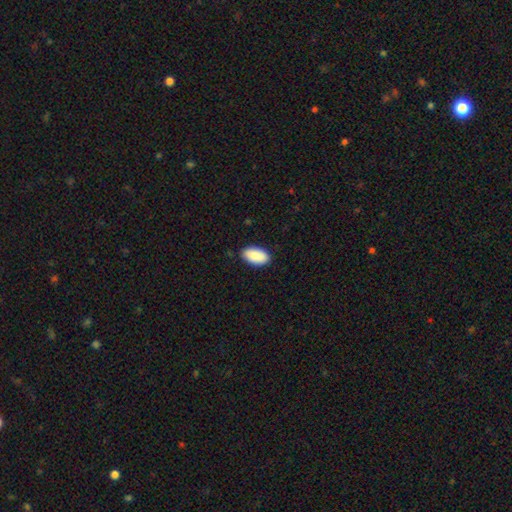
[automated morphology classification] The model was most divided on "merging": none: 86%, minor disturbance: 11%, major disturbance: 2%, merger: 1%. More confident: how rounded — in between (95%); smooth or featured — smooth (90%).